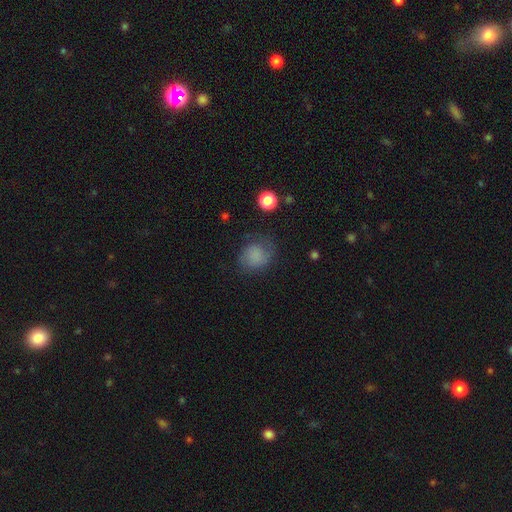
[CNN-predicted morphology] Smooth or featured: smooth — 76% (featured or disk — 14%)
How rounded: round — 71% (in between — 28%)
Merging: none — 63% (minor disturbance — 23%)